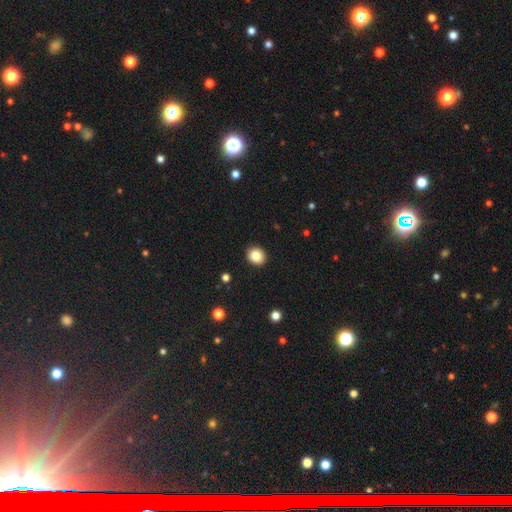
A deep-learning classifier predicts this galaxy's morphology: The model was most divided on "how rounded": round: 74%, in between: 25%, cigar-shaped: 1%. More confident: merging — none (91%); smooth or featured — smooth (84%).